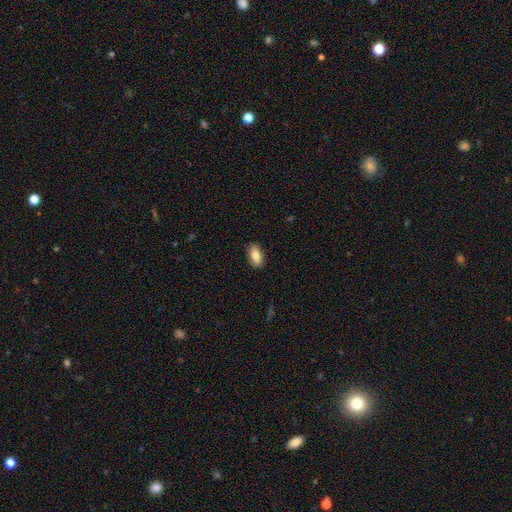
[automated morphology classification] Smooth or featured? smooth (85%)
How rounded? in between (91%)
Merging? none (88%)